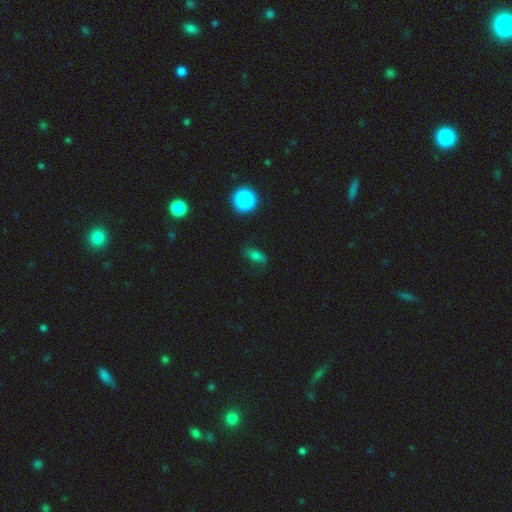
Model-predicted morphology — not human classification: Q: Smooth or featured?
A: smooth (60%); runner-up: featured or disk (22%)
Q: How rounded?
A: in between (72%); runner-up: cigar-shaped (15%)
Q: Merging?
A: none (74%); runner-up: minor disturbance (19%)